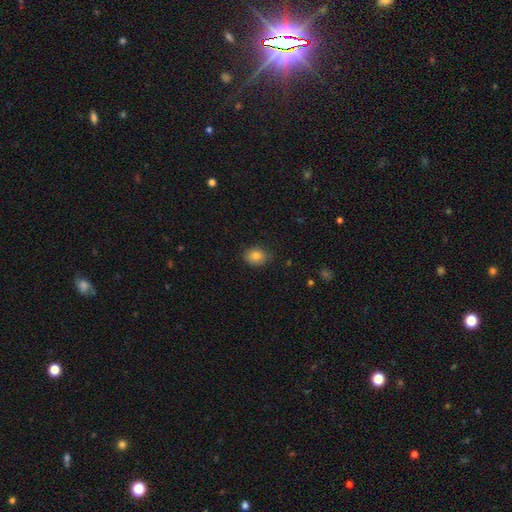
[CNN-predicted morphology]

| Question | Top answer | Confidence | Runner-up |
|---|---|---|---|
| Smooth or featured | smooth | 85% | star or artifact (9%) |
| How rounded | round | 51% | in between (48%) |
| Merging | none | 79% | minor disturbance (16%) |